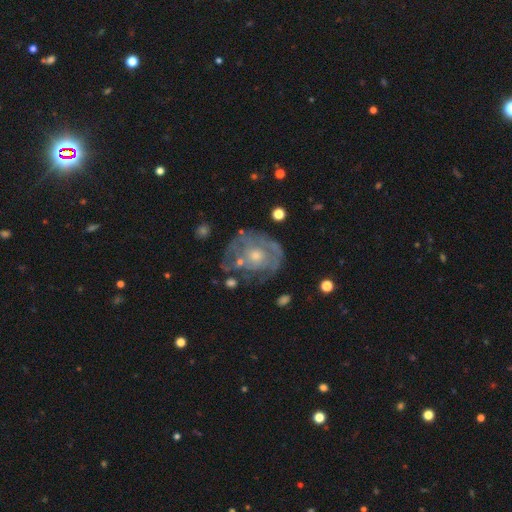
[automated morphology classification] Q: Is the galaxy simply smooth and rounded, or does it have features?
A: featured or disk — 73%.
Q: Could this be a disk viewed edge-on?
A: no — 97%.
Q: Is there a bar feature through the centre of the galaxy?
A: no — 83%.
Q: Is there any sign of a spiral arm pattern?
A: yes — 62%.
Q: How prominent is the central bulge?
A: moderate — 47%.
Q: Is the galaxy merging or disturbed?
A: none — 60%.